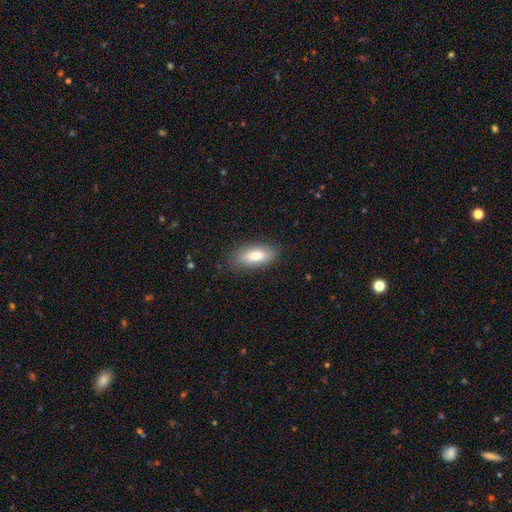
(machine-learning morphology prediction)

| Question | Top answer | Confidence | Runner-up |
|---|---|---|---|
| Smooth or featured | smooth | 79% | featured or disk (14%) |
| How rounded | in between | 81% | cigar-shaped (17%) |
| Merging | none | 82% | minor disturbance (13%) |